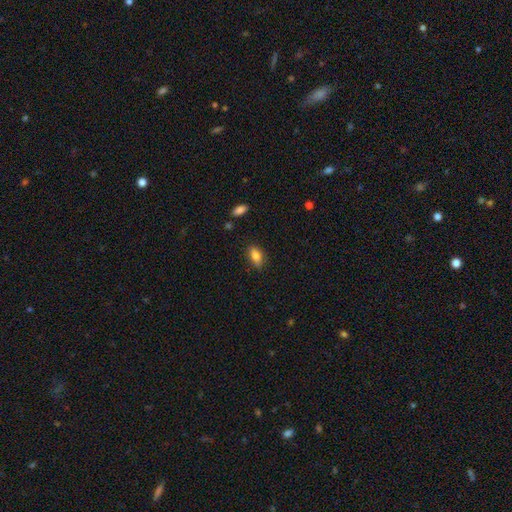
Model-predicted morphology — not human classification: smooth_or_featured: smooth (p=0.82) [alt: featured or disk p=0.10]
how_rounded: in between (p=0.85) [alt: cigar-shaped p=0.10]
merging: none (p=0.79) [alt: minor disturbance p=0.16]